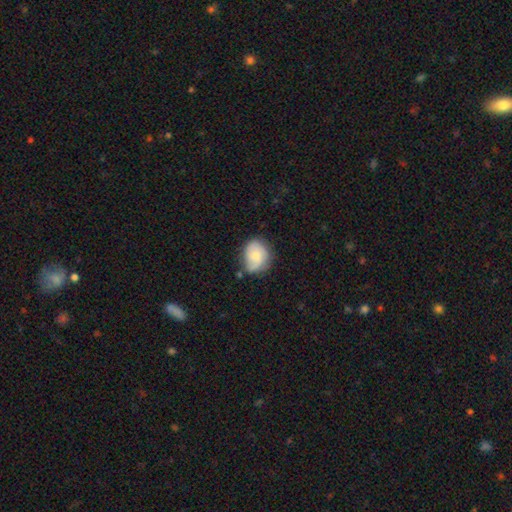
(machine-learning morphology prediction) Smooth or featured: smooth — 52% (featured or disk — 41%)
How rounded: round — 53% (in between — 46%)
Merging: none — 58% (minor disturbance — 29%)